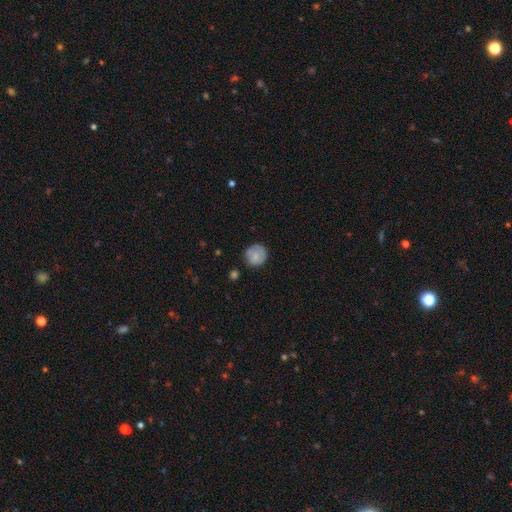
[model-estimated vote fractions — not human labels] This appears to be a smooth galaxy with no disk features (73%) that is round (91%). Merging: none (77%).